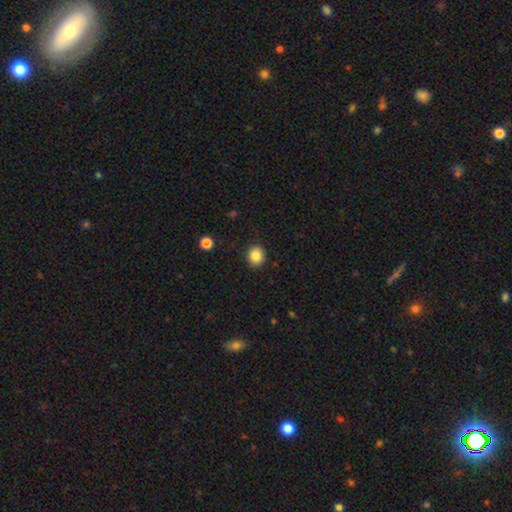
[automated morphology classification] Smooth or featured? smooth (86%)
How rounded? round (80%)
Merging? none (91%)